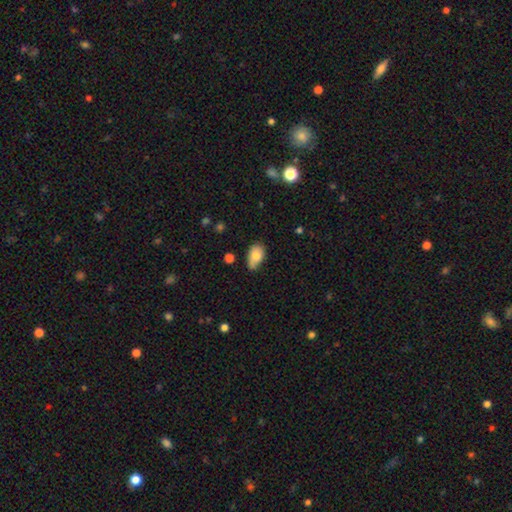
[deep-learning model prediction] A smooth galaxy with no disk features (80%) that is in between round and cigar-shaped (90%). Merging: none (50%).